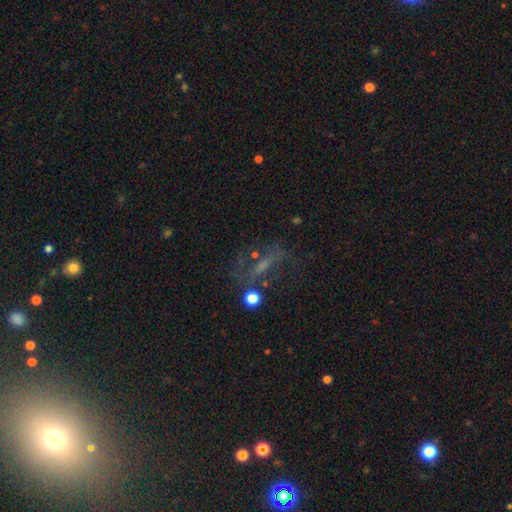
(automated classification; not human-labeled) featured or disk 43%, smooth 30%, star or artifact 27%. Down the decision tree: merging — none (49%).